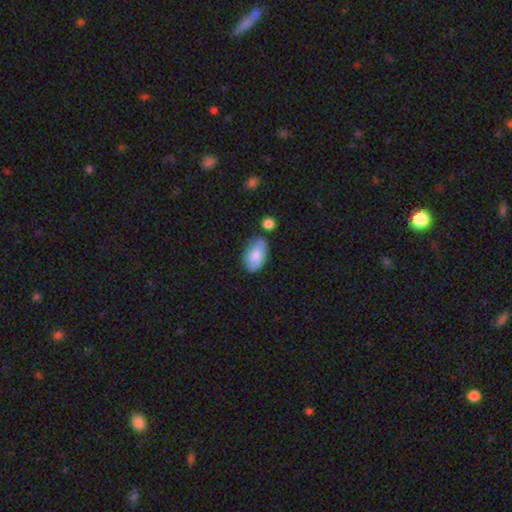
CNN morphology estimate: smooth 76%, featured or disk 18%, star or artifact 7%. Down the decision tree: how rounded — in between (93%); merging — none (62%).